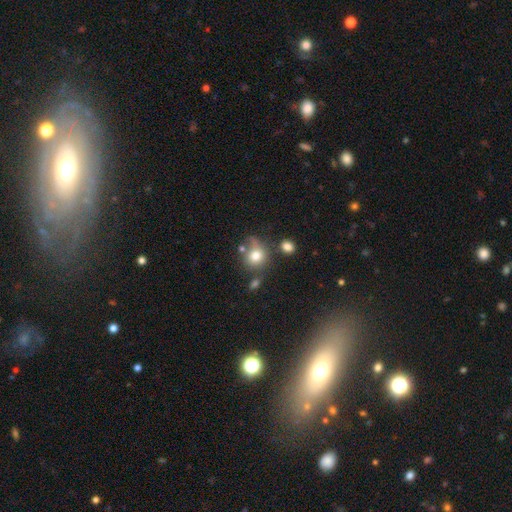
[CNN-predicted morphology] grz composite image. It shows a smooth galaxy with no disk features (77%) that is round (78%). Merging: none (52%).